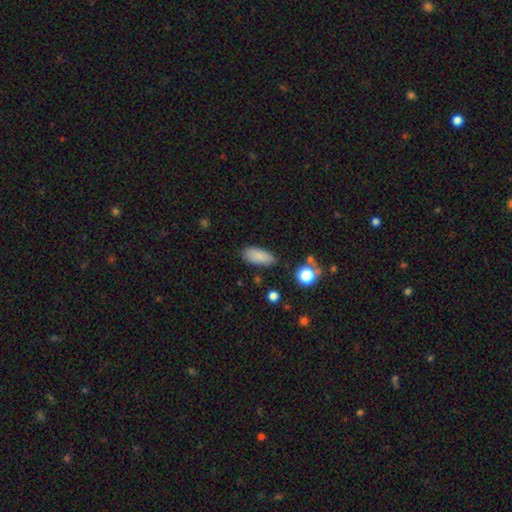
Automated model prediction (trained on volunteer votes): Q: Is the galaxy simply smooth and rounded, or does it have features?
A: smooth — 85%.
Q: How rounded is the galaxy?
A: in between — 86%.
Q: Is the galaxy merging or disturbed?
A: none — 82%.